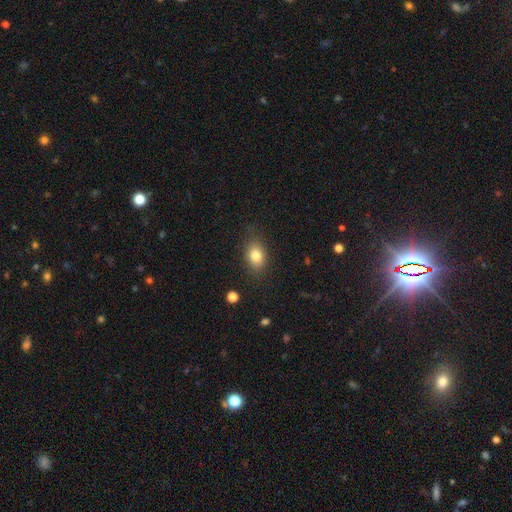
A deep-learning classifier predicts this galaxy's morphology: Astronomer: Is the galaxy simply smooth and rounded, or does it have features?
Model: smooth — 81%.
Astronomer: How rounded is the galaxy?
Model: in between — 79%.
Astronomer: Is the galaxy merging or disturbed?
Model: none — 82%.